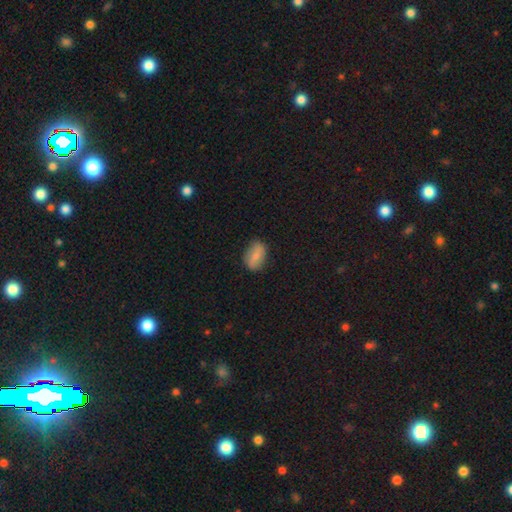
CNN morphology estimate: This is likely a smooth galaxy (69%). How rounded: clearly in between (84%). Merging: likely none (76%).